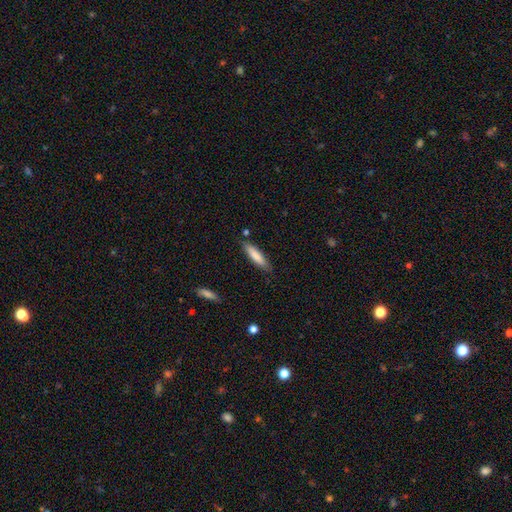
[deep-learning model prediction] smooth_or_featured: smooth (p=0.81) [alt: featured or disk p=0.13]
how_rounded: cigar-shaped (p=0.78) [alt: in between p=0.21]
merging: none (p=0.82) [alt: minor disturbance p=0.12]